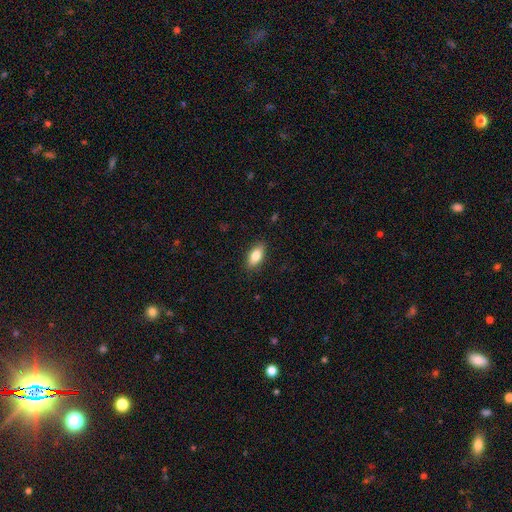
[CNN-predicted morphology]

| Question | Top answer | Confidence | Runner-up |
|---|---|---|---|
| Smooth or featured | smooth | 82% | featured or disk (11%) |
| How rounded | in between | 88% | cigar-shaped (8%) |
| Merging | none | 87% | minor disturbance (9%) |